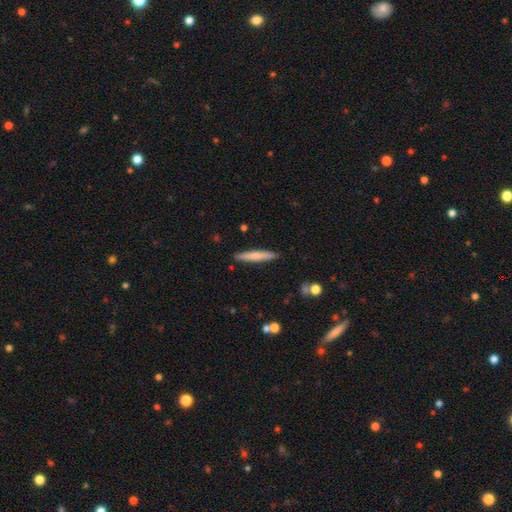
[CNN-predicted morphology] Smooth or featured: smooth — 69% (featured or disk — 26%)
How rounded: cigar-shaped — 94% (in between — 5%)
Merging: none — 88% (minor disturbance — 8%)